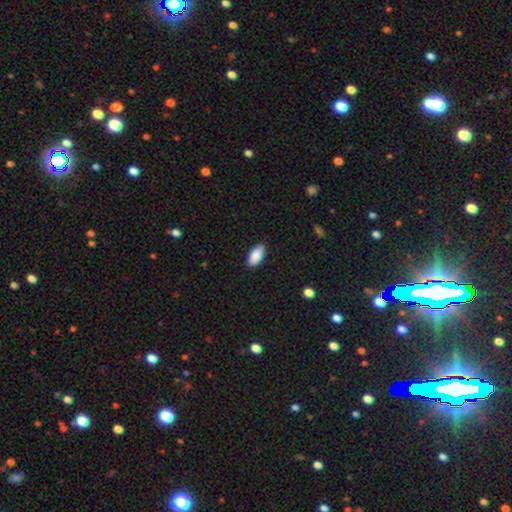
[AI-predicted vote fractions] Overall: smooth (88%). How rounded: in between (88%). Merging: none (87%).